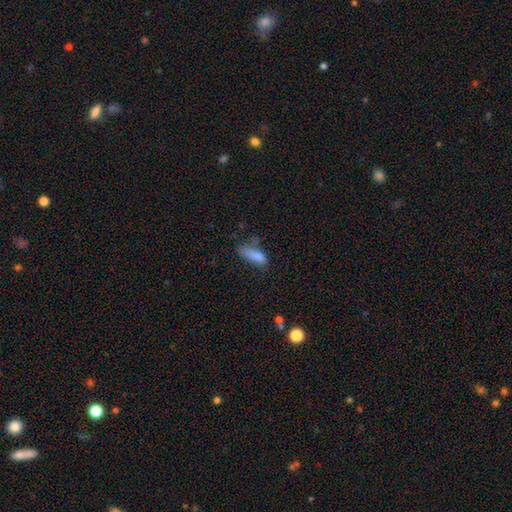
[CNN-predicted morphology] This is clearly a smooth galaxy (81%). How rounded: likely in between (65%). Merging: marginally none (42%).